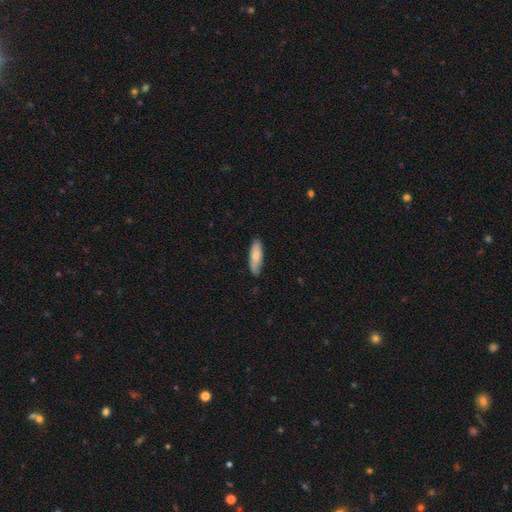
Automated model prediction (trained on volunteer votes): smooth-or-featured: smooth: 78% | featured or disk: 17% | star or artifact: 5%
  how-rounded: cigar-shaped: 54% | in between: 45% | round: 2%
  merging: none: 84% | minor disturbance: 13% | major disturbance: 2% | merger: 1%